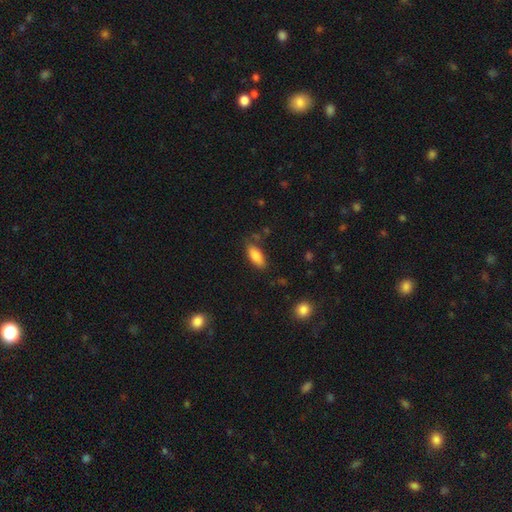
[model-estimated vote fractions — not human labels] smooth 85%, featured or disk 8%, star or artifact 7%. Down the decision tree: how rounded — in between (82%); merging — none (74%).